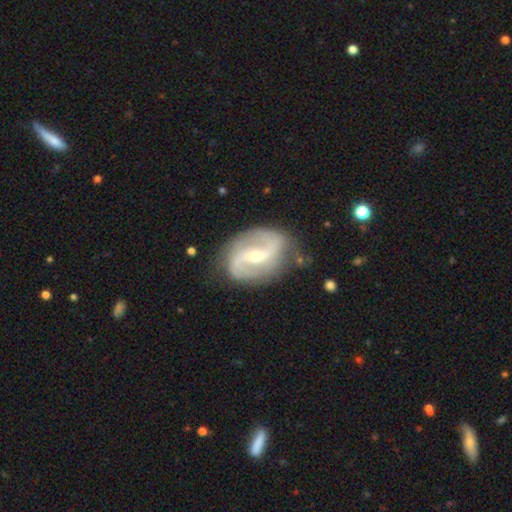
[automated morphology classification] type=featured or disk (89%); edge-on=no (97%); bar=weak (38%); spiral arms=yes (95%); winding=loose (43%); arm count=2 (92%); bulge=small (58%); merging=none (79%).